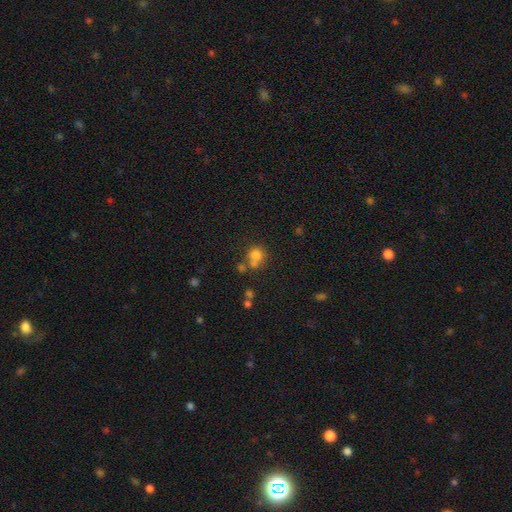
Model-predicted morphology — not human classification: Smooth or featured? smooth (76%)
How rounded? round (85%)
Merging? none (52%)